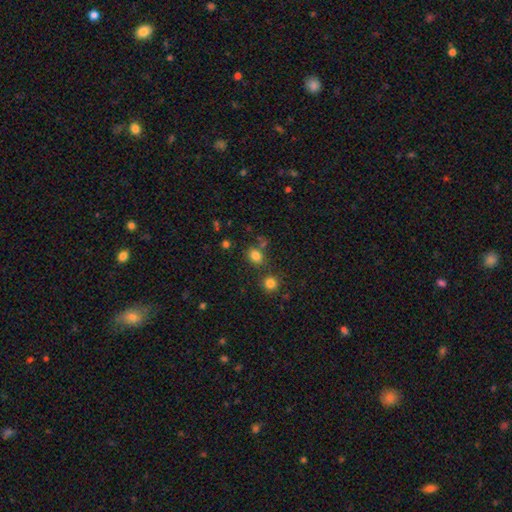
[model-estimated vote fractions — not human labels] Smooth or featured? Predicted: smooth (p=0.80). How rounded? Predicted: round (p=0.60). Merging? Predicted: none (p=0.73).